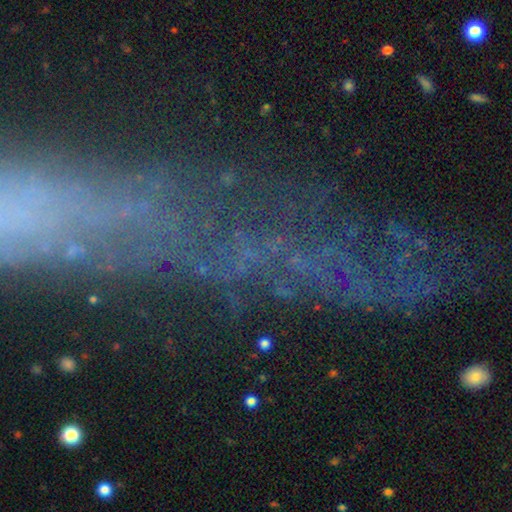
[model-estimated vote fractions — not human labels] Smooth or featured: star or artifact — 51% (featured or disk — 31%)